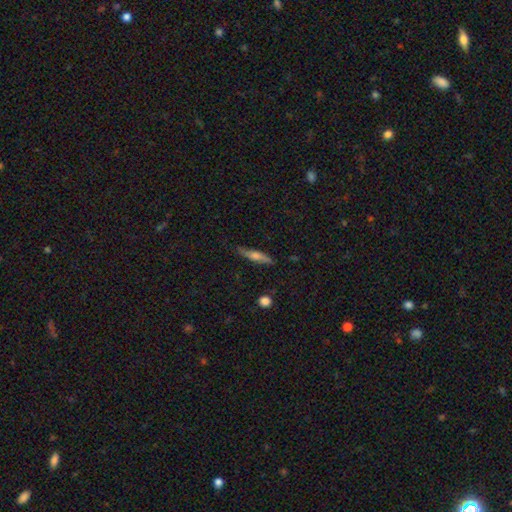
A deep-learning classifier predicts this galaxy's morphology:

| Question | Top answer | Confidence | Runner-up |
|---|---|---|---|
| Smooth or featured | featured or disk | 48% | smooth (45%) |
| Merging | none | 83% | minor disturbance (14%) |